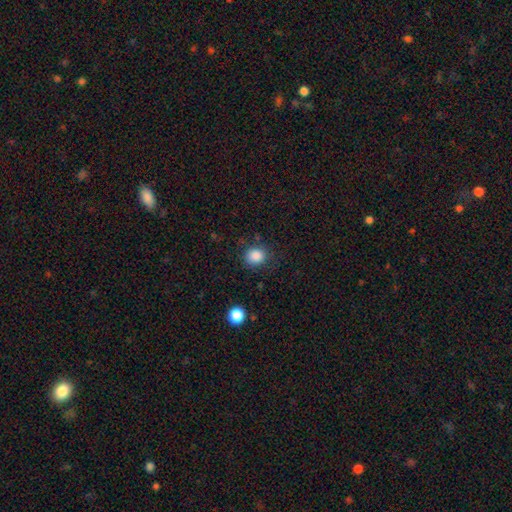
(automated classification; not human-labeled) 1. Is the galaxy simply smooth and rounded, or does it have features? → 86% smooth, 10% star or artifact, 4% featured or disk.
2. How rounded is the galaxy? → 79% round, 20% in between, 1% cigar-shaped.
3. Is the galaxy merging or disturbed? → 83% none, 11% minor disturbance, 4% major disturbance, 2% merger.